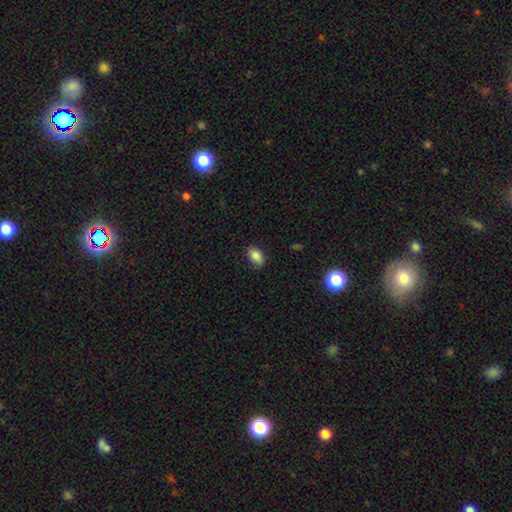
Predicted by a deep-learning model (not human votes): Overall: smooth (85%). How rounded: in between (87%). Merging: none (86%).